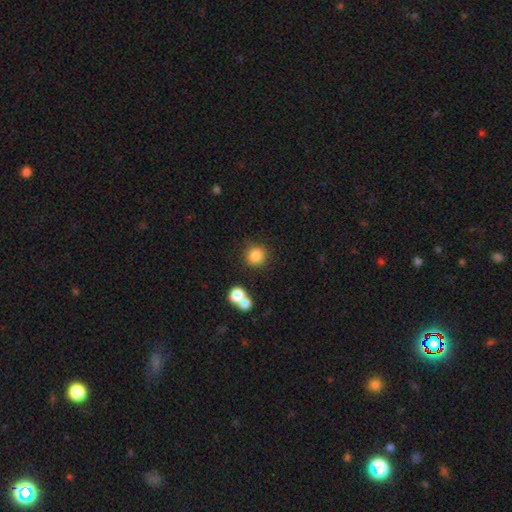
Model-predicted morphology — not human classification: This appears to be a smooth galaxy with no disk features (84%) that is round (89%). Merging: none (78%).